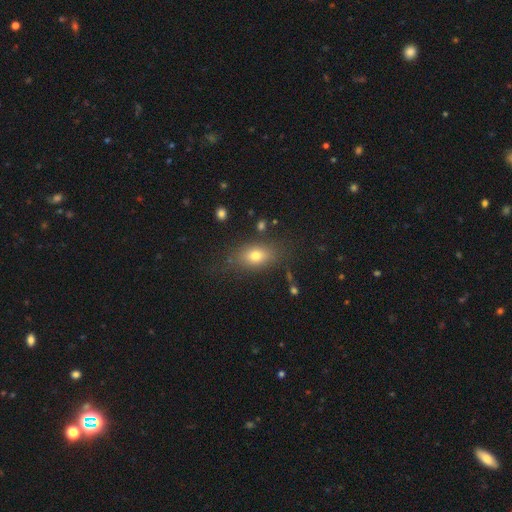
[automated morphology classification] Smooth or featured? smooth (74%)
How rounded? in between (76%)
Merging? none (76%)